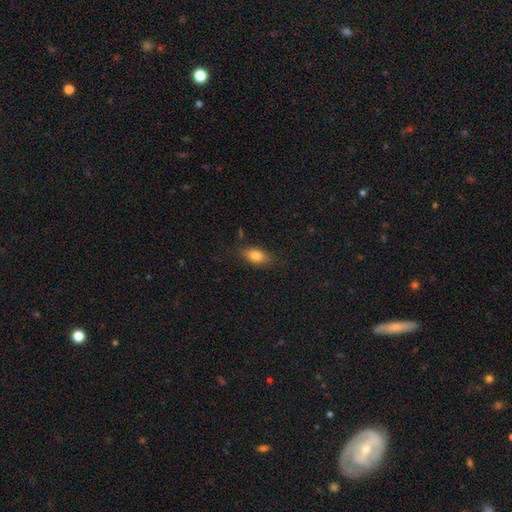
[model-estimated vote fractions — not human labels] This is clearly a smooth galaxy (80%). How rounded: clearly in between (84%). Merging: clearly none (81%).